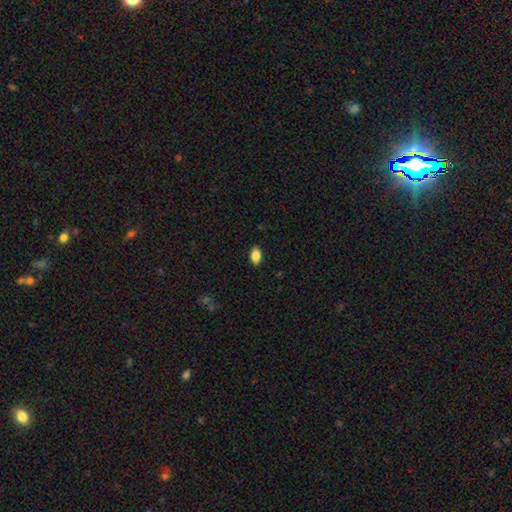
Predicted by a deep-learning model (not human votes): Morphology: type=smooth (85%); roundness=in between (90%); merging=none (87%).